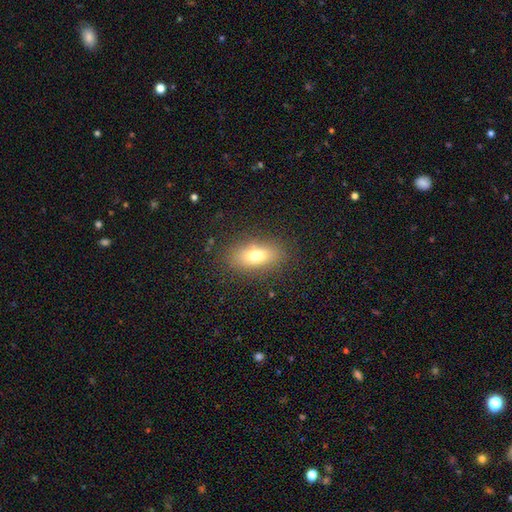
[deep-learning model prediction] A smooth galaxy with no disk features (73%) that is in between round and cigar-shaped (81%).

Vote fractions:
- Smooth or featured? smooth: 73% / featured or disk: 17% / star or artifact: 11%
- How rounded? in between: 81% / cigar-shaped: 10% / round: 9%
- Merging? none: 84% / minor disturbance: 10% / major disturbance: 4% / merger: 1%